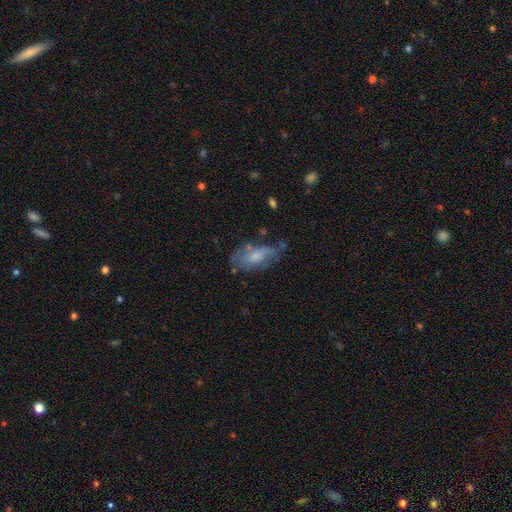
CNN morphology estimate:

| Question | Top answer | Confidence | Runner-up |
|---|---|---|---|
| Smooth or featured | smooth | 61% | featured or disk (31%) |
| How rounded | in between | 86% | cigar-shaped (11%) |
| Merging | none | 49% | minor disturbance (31%) |